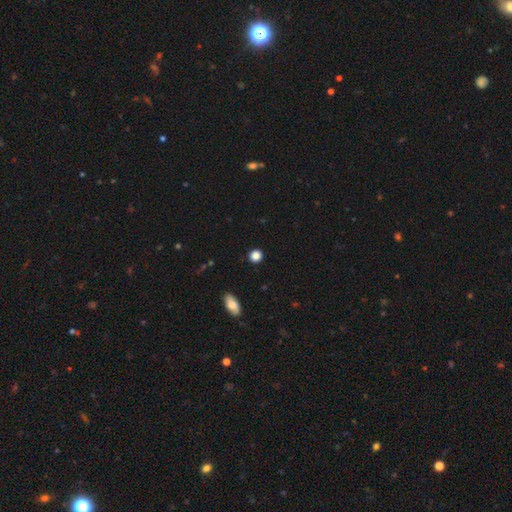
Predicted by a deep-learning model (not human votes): Smooth or featured? Predicted: smooth (p=0.86). How rounded? Predicted: round (p=0.86). Merging? Predicted: none (p=0.91).